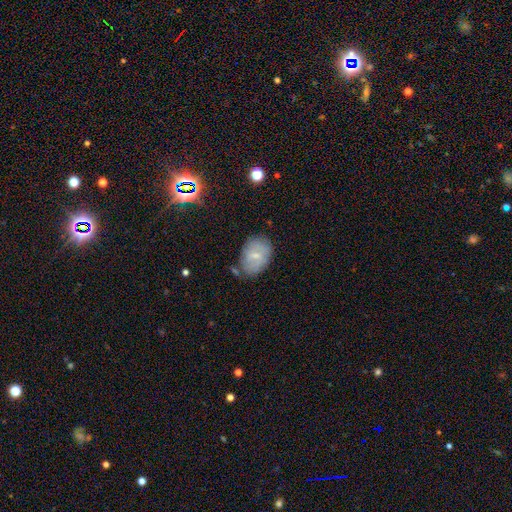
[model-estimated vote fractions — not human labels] A smooth galaxy with no disk features (49%). Merging: none (64%).